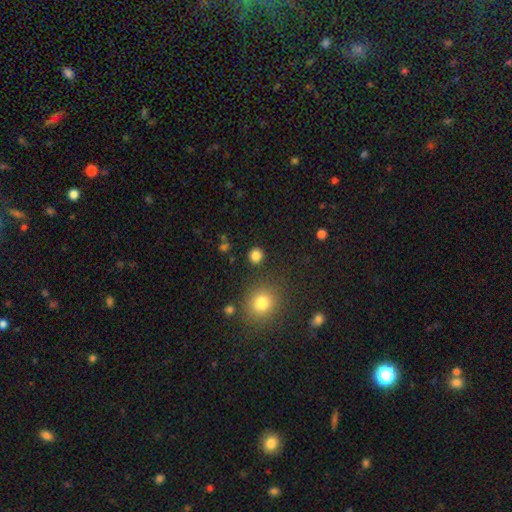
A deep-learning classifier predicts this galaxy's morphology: smooth-or-featured: smooth: 83% | star or artifact: 13% | featured or disk: 4%
  how-rounded: round: 91% | in between: 8% | cigar-shaped: 1%
  merging: none: 89% | minor disturbance: 6% | merger: 3% | major disturbance: 3%